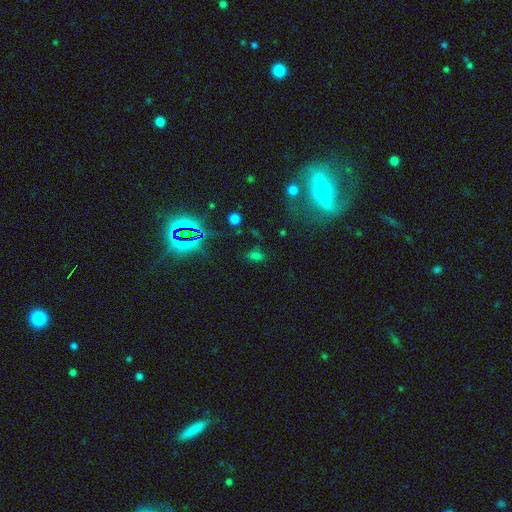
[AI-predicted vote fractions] Smooth or featured?
  - smooth: 55% *
  - star or artifact: 37%
  - featured or disk: 8%
How rounded?
  - in between: 80% *
  - round: 16%
  - cigar-shaped: 4%
Merging?
  - none: 73% *
  - minor disturbance: 15%
  - major disturbance: 7%
  - merger: 5%